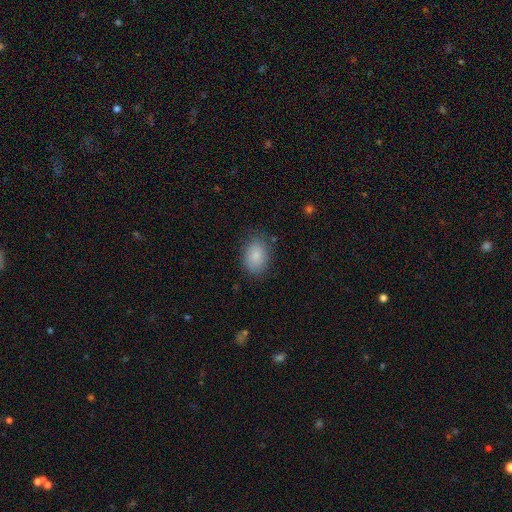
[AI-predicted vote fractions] Overall: smooth (84%). How rounded: in between (77%). Merging: none (77%).